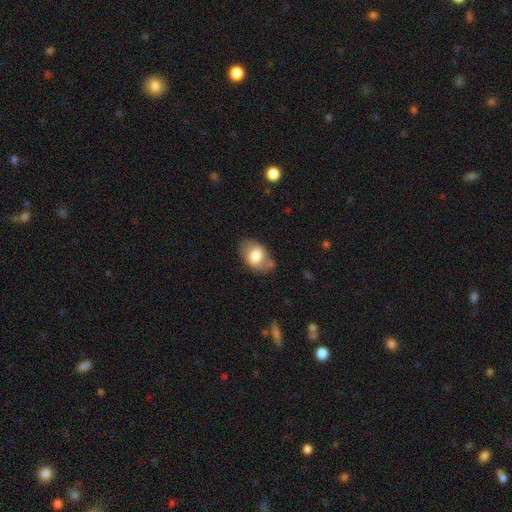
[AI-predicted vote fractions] The model was most divided on "smooth or featured": smooth: 71%, featured or disk: 22%, star or artifact: 7%. More confident: how rounded — in between (86%); merging — none (71%).